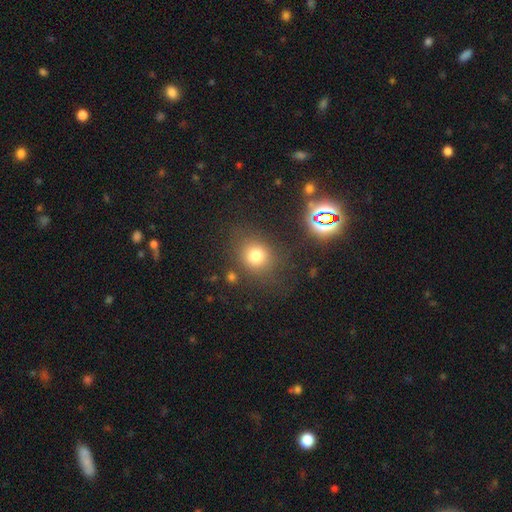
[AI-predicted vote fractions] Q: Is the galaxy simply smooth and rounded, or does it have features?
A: smooth — 76%.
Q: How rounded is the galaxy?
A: round — 77%.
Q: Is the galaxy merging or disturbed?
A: none — 77%.